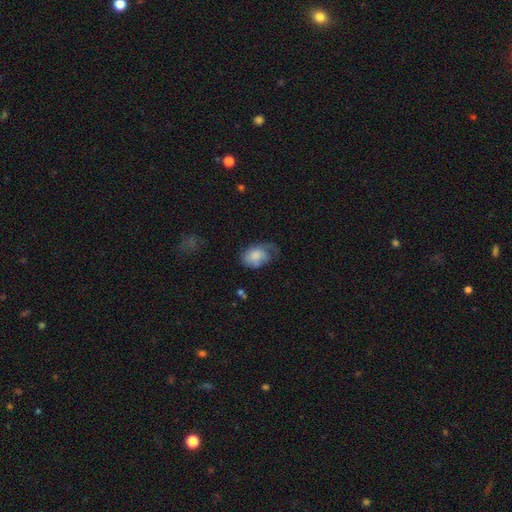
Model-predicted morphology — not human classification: This is likely a smooth galaxy (64%). How rounded: clearly in between (82%). Merging: marginally minor disturbance (35%).